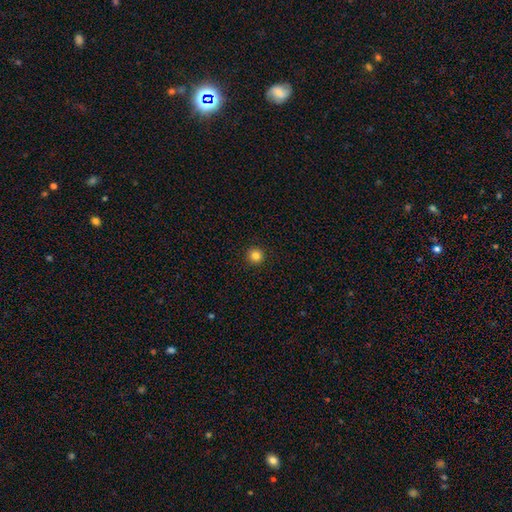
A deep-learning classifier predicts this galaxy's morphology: smooth-or-featured: smooth: 83% | star or artifact: 12% | featured or disk: 5%
  how-rounded: round: 96% | in between: 3% | cigar-shaped: 1%
  merging: none: 94% | minor disturbance: 4% | major disturbance: 1% | merger: 1%